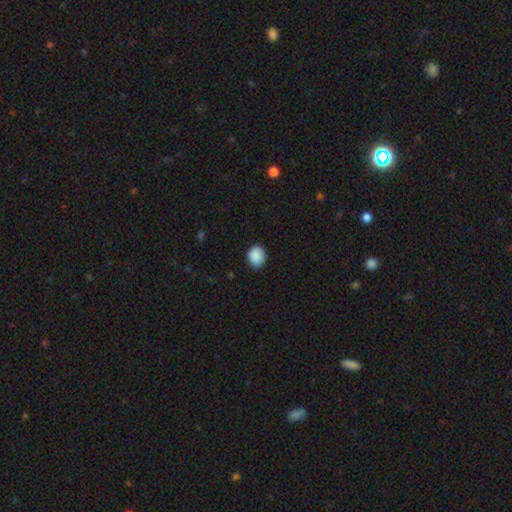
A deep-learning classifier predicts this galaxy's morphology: Overall: smooth (89%). How rounded: round (63%; in between 36%). Merging: none (83%).